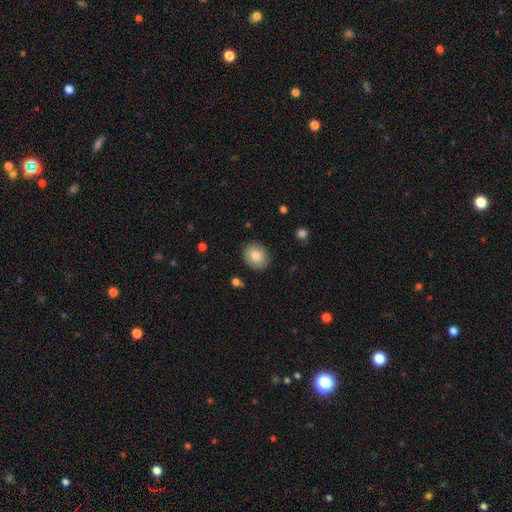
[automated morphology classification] The model was most divided on "how rounded": round: 66%, in between: 33%, cigar-shaped: 1%. More confident: merging — none (88%); smooth or featured — smooth (85%).